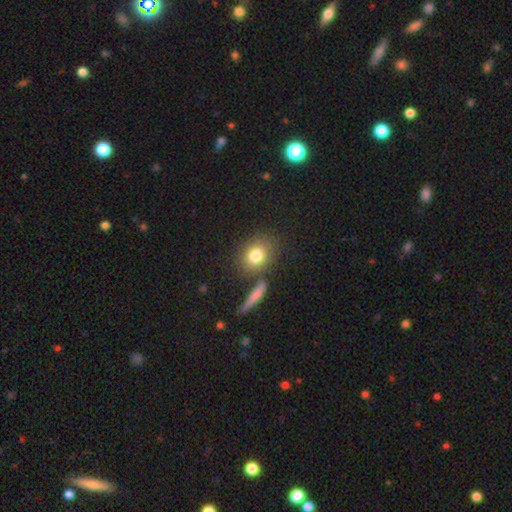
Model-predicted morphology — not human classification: Smooth or featured: smooth — 79% (featured or disk — 11%)
How rounded: round — 59% (in between — 38%)
Merging: none — 71% (merger — 13%)